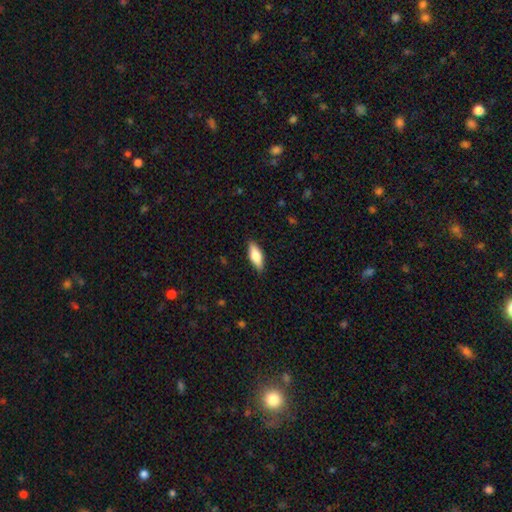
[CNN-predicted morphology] Overall: smooth (73%). How rounded: in between (70%). Merging: none (87%).